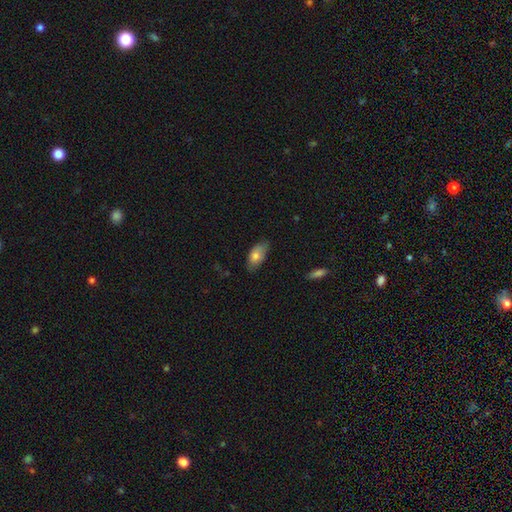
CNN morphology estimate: Q: Smooth or featured?
A: smooth (77%); runner-up: featured or disk (17%)
Q: How rounded?
A: in between (90%); runner-up: cigar-shaped (7%)
Q: Merging?
A: none (71%); runner-up: minor disturbance (24%)